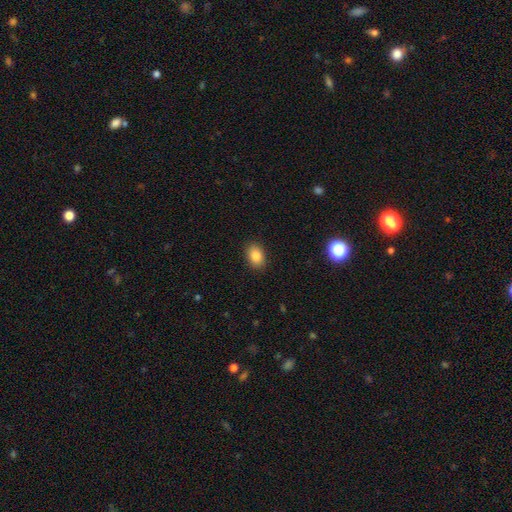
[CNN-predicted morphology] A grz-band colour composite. It shows a smooth galaxy with no disk features (86%) that is in between round and cigar-shaped (79%). Merging: none (89%).